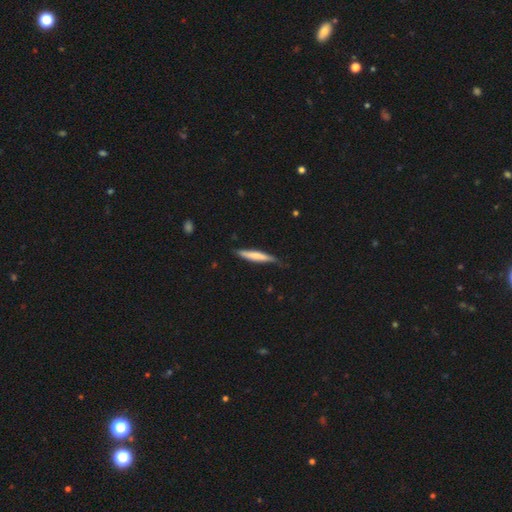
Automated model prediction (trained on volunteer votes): This appears to be a smooth galaxy with no disk features (66%) that is cigar-shaped (91%). Merging: none (67%).